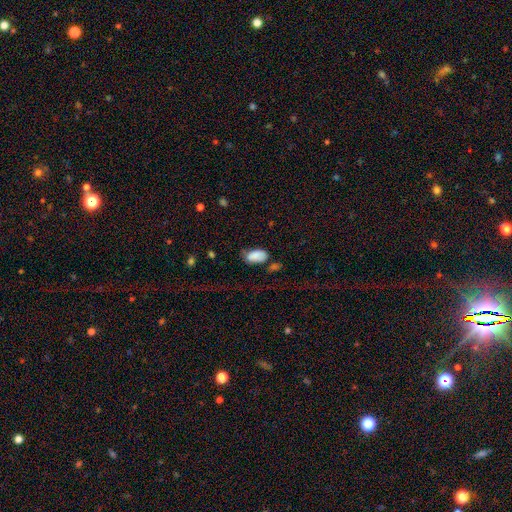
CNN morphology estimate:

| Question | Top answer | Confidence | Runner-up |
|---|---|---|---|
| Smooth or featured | smooth | 83% | featured or disk (9%) |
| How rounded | in between | 94% | round (4%) |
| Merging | none | 50% | minor disturbance (30%) |